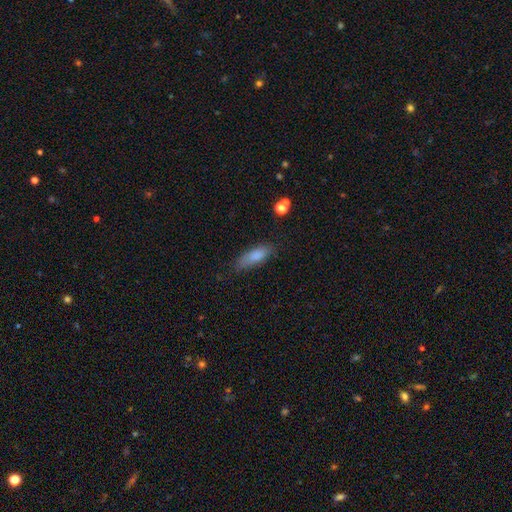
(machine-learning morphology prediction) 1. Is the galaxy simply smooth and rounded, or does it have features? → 82% smooth, 10% featured or disk, 8% star or artifact.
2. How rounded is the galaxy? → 63% in between, 35% cigar-shaped, 2% round.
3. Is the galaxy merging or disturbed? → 71% none, 21% minor disturbance, 5% major disturbance, 2% merger.